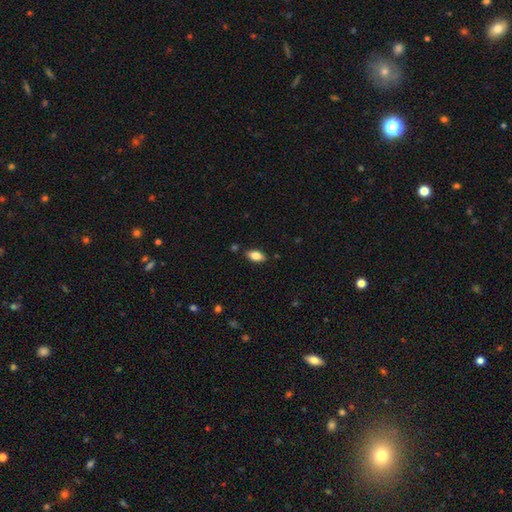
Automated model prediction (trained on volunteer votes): Smooth or featured: smooth — 80% (featured or disk — 12%)
How rounded: in between — 91% (cigar-shaped — 6%)
Merging: none — 85% (minor disturbance — 11%)